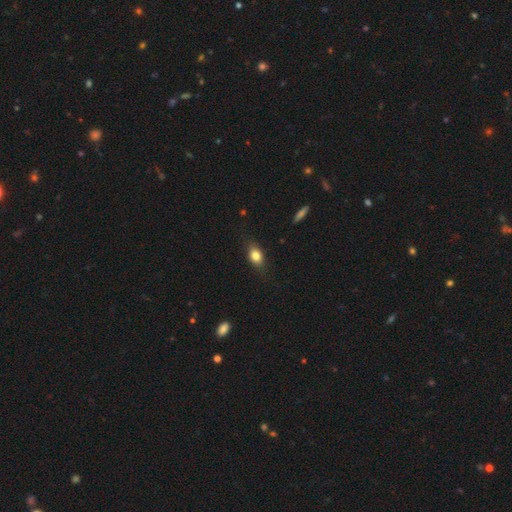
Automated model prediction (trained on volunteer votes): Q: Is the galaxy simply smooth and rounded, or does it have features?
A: smooth — 81%.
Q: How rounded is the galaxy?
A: in between — 78%.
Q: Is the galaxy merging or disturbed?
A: none — 80%.